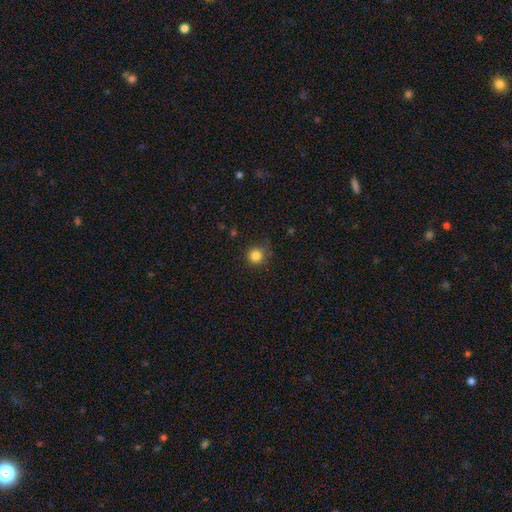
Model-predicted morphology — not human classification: Overall: smooth (83%). How rounded: round (92%). Merging: none (74%).